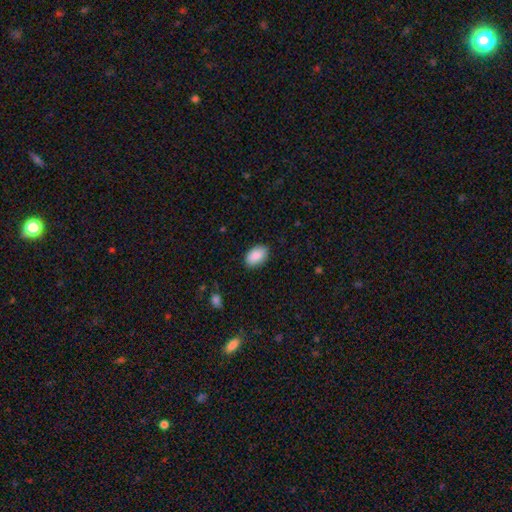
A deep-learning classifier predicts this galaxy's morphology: Q: Smooth or featured?
A: smooth (90%); runner-up: star or artifact (6%)
Q: How rounded?
A: in between (92%); runner-up: round (6%)
Q: Merging?
A: none (87%); runner-up: minor disturbance (10%)